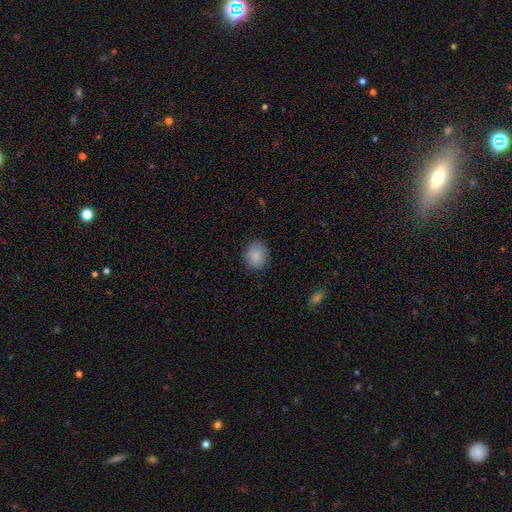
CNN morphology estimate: The model was most divided on "how rounded": round: 64%, in between: 35%, cigar-shaped: 1%. More confident: smooth or featured — smooth (87%); merging — none (84%).